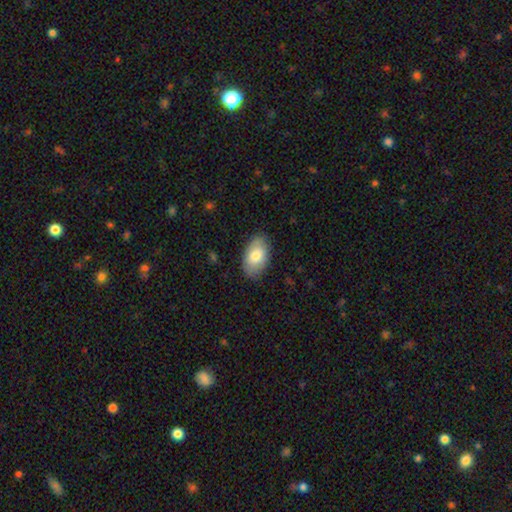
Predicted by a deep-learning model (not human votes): smooth_or_featured: smooth (p=0.78) [alt: featured or disk p=0.15]
how_rounded: in between (p=0.93) [alt: round p=0.05]
merging: none (p=0.83) [alt: minor disturbance p=0.13]